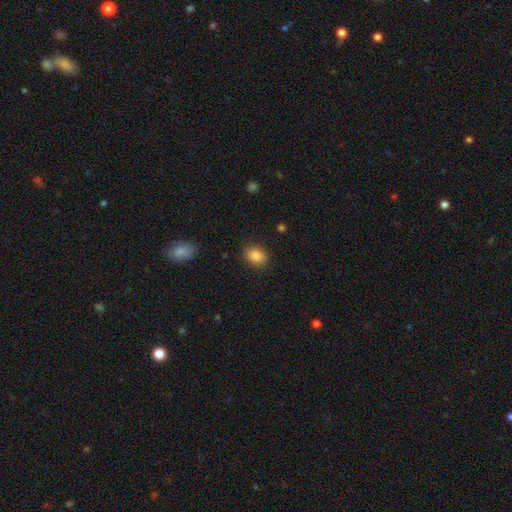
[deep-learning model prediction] smooth_or_featured: smooth (p=0.86) [alt: star or artifact p=0.09]
how_rounded: in between (p=0.66) [alt: round p=0.33]
merging: none (p=0.85) [alt: minor disturbance p=0.11]